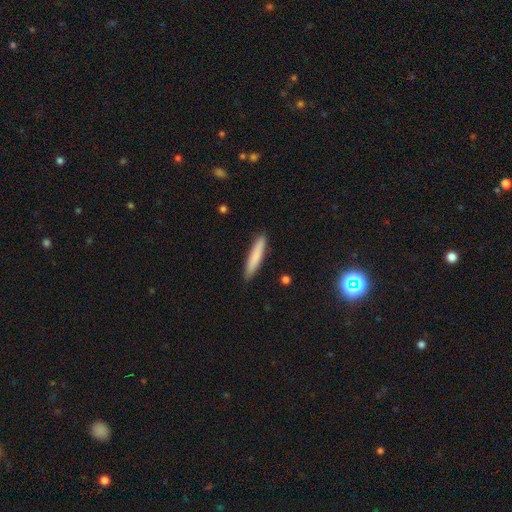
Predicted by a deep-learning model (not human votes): smooth-or-featured: smooth: 79% | featured or disk: 15% | star or artifact: 6%
  how-rounded: cigar-shaped: 92% | in between: 7% | round: 1%
  merging: none: 89% | minor disturbance: 8% | major disturbance: 1% | merger: 1%